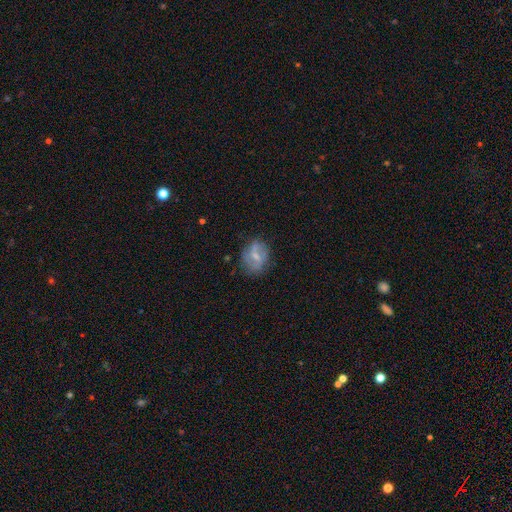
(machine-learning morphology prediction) smooth_or_featured: featured or disk (p=0.49) [alt: smooth p=0.42]
merging: none (p=0.62) [alt: minor disturbance p=0.24]